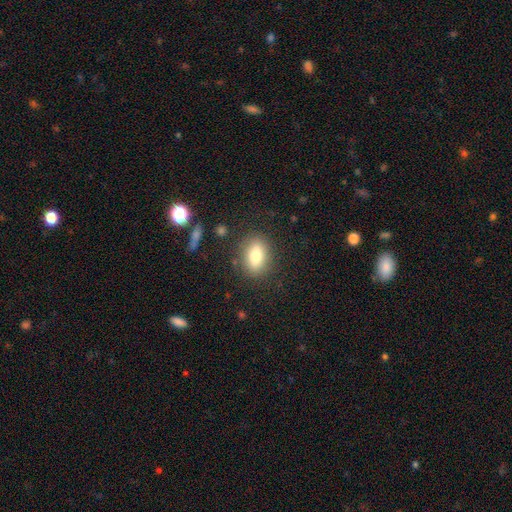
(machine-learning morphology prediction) smooth-or-featured: smooth: 78% | featured or disk: 14% | star or artifact: 8%
  how-rounded: in between: 81% | round: 14% | cigar-shaped: 6%
  merging: none: 83% | minor disturbance: 11% | major disturbance: 4% | merger: 2%